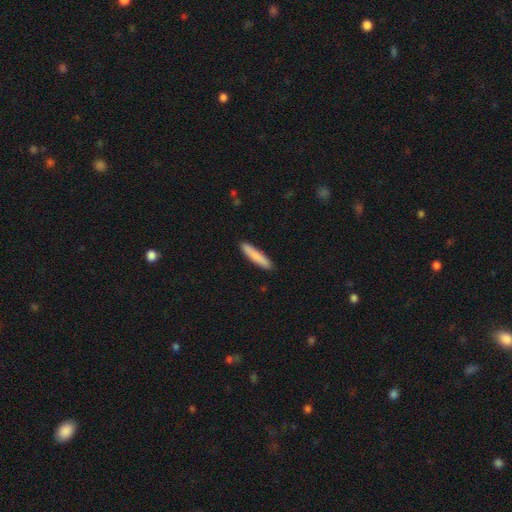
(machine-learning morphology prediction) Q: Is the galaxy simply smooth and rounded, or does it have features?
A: smooth — 85%.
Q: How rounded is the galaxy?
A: cigar-shaped — 89%.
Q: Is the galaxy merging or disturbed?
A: none — 91%.